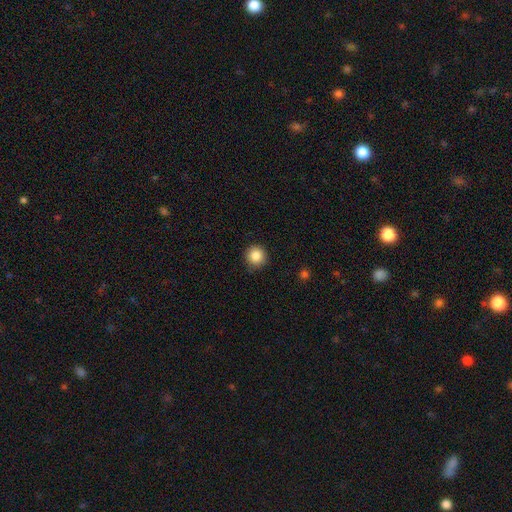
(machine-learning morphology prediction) Smooth or featured?
  - smooth: 86% *
  - star or artifact: 10%
  - featured or disk: 4%
How rounded?
  - round: 94% *
  - in between: 5%
  - cigar-shaped: 1%
Merging?
  - none: 88% *
  - minor disturbance: 8%
  - major disturbance: 2%
  - merger: 1%